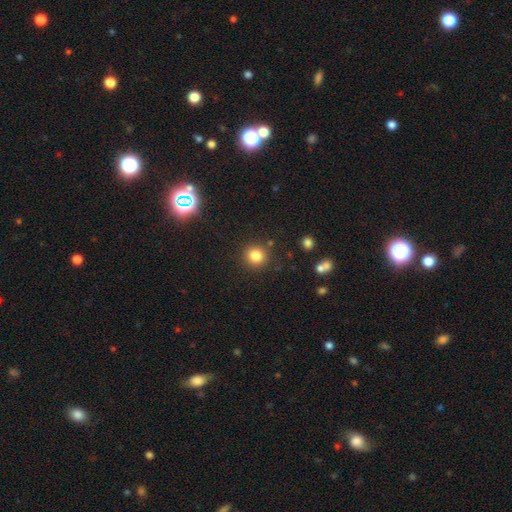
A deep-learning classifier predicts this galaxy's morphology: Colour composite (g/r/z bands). It shows a smooth galaxy with no disk features (81%) that is round (91%). Merging: none (88%).